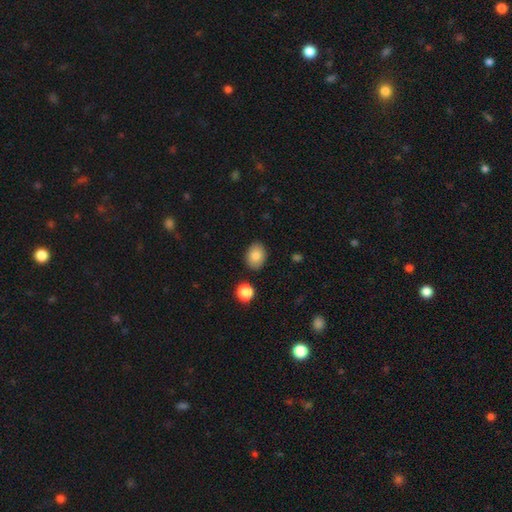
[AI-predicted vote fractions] Overall: smooth (84%). How rounded: in between (65%; round 34%). Merging: none (86%).